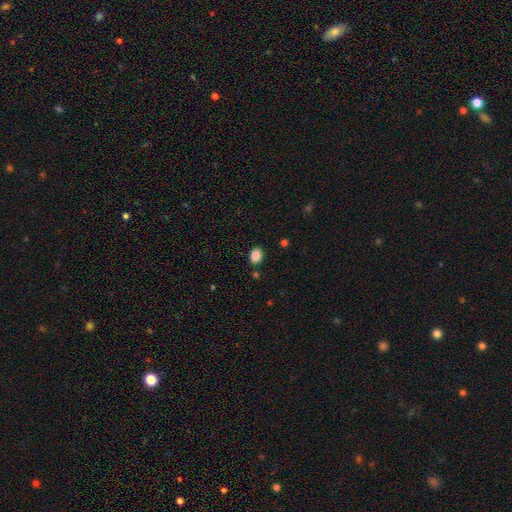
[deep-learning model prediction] Smooth or featured: smooth — 87% (star or artifact — 9%)
How rounded: in between — 65% (round — 34%)
Merging: none — 86% (minor disturbance — 9%)